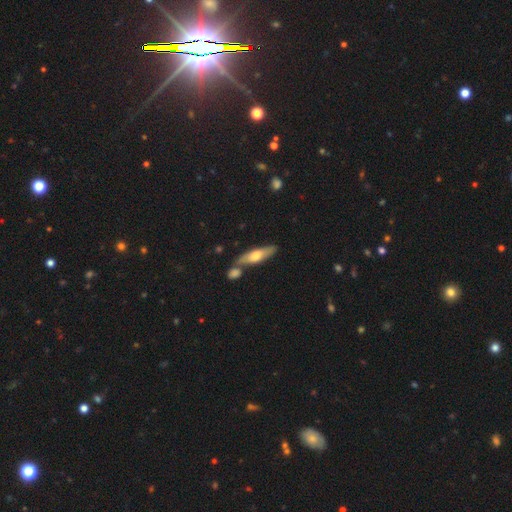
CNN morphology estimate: Smooth or featured: smooth — 47% (tied with featured or disk — 47%)
Merging: none — 65% (merger — 20%)